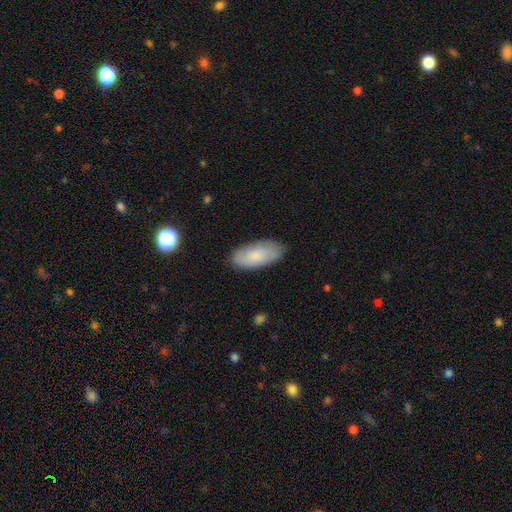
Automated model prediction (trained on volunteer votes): Overall: smooth (79%). How rounded: in between (88%). Merging: none (83%).